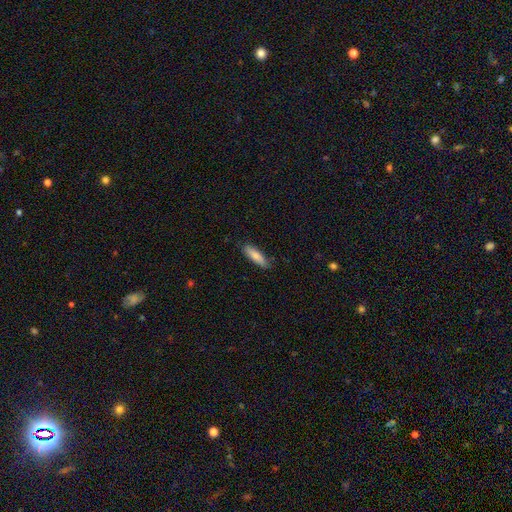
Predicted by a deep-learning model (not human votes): smooth-or-featured: smooth: 80% | featured or disk: 14% | star or artifact: 6%
  how-rounded: cigar-shaped: 63% | in between: 36% | round: 2%
  merging: none: 85% | minor disturbance: 12% | major disturbance: 2% | merger: 1%